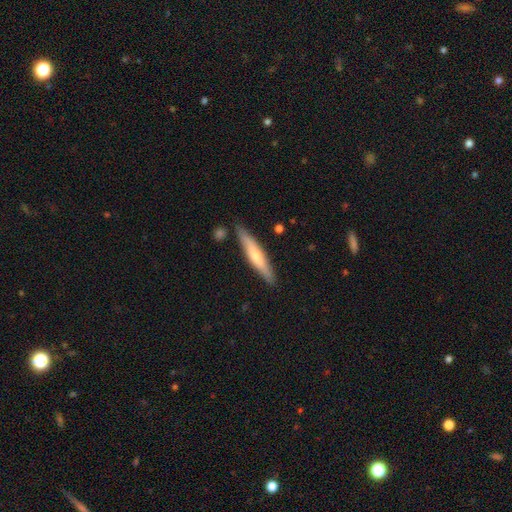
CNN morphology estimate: This appears to be a smooth galaxy with no disk features (52%) that is cigar-shaped (91%). Merging: none (85%).